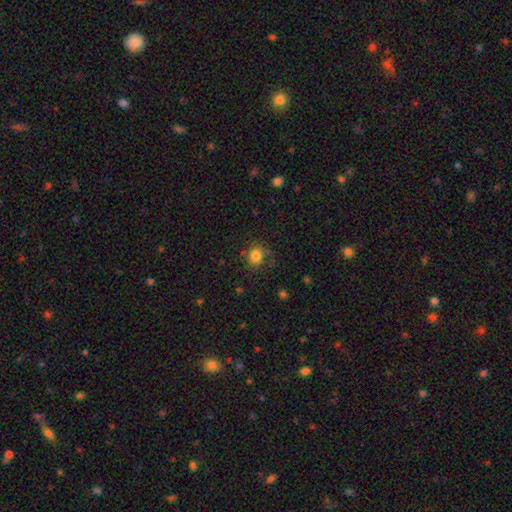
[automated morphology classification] smooth-or-featured: smooth: 82% | star or artifact: 12% | featured or disk: 6%
  how-rounded: round: 75% | in between: 24% | cigar-shaped: 1%
  merging: none: 75% | minor disturbance: 16% | major disturbance: 6% | merger: 3%